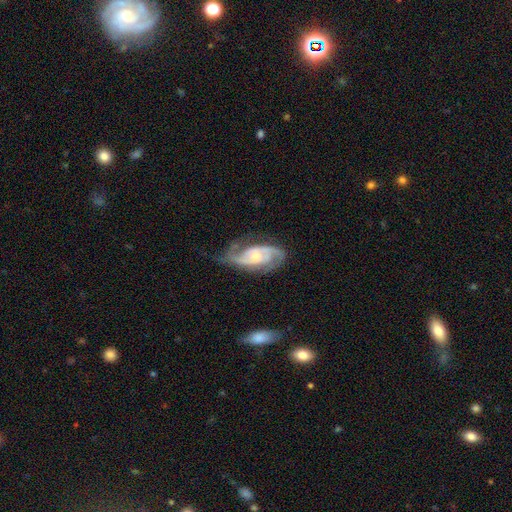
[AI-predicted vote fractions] smooth-or-featured: featured or disk: 87% | smooth: 8% | star or artifact: 5%
  disk-edge-on: no: 95% | yes: 5%
    bar: no: 61% | weak: 31% | strong: 9%
    has-spiral-arms: yes: 96% | no: 4%
      spiral-winding: medium: 47% | tight: 36% | loose: 17%
      spiral-arm-count: 2: 74% | 3: 11% | can't tell: 8% | 1: 3% | 4: 2% | more than 4: 2%
    bulge-size: moderate: 51% | small: 44% | large: 3% | none: 1% | dominant: 1%
  merging: none: 64% | minor disturbance: 23% | major disturbance: 11% | merger: 2%